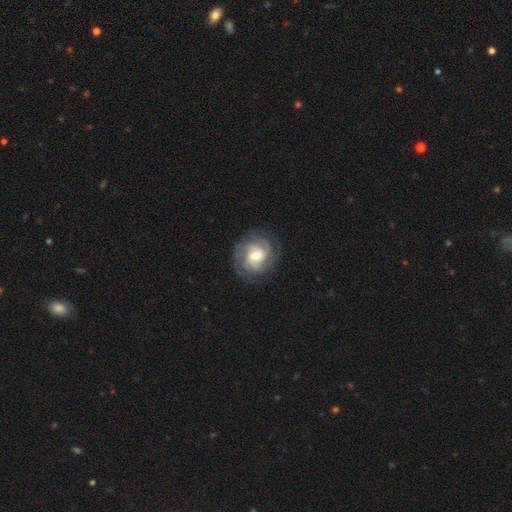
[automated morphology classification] Overall: featured or disk (83%). Edge-on disk: no (98%). Bar: no (47%; weak 41%). Spiral arms: yes (96%). Spiral arm count: 3 (39%; can't tell 18%). Spiral winding: tight (58%; medium 34%). Bulge size: moderate (61%; small 28%). Merging: none (80%).